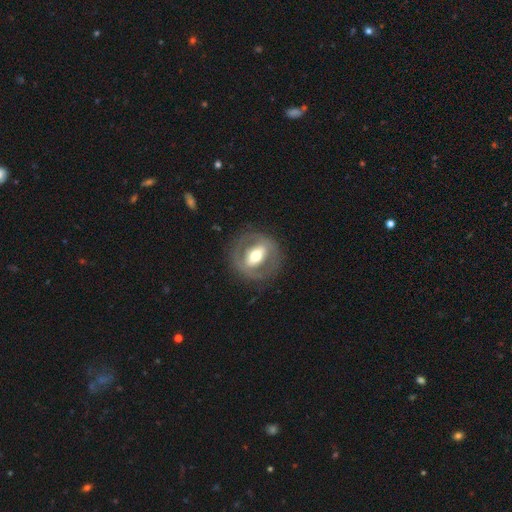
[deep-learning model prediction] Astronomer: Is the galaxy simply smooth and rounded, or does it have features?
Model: featured or disk — 63%.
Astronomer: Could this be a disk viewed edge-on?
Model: no — 89%.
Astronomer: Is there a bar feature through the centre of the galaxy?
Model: strong — 47% (runner-up: no, 26%).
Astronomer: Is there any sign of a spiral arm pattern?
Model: no — 77%.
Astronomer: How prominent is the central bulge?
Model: moderate — 62%.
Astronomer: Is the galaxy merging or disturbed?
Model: none — 80%.